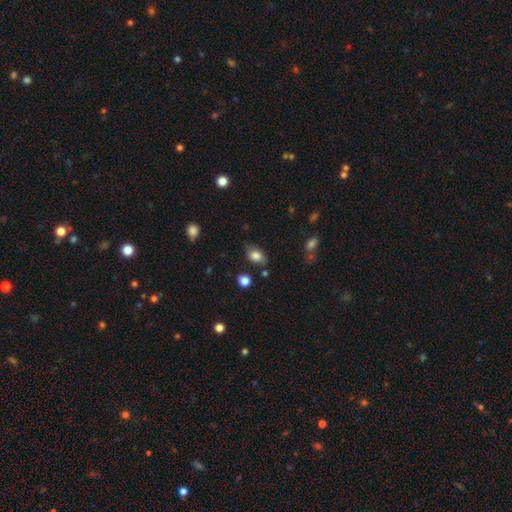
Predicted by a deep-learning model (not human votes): This is clearly a smooth galaxy (82%). How rounded: clearly in between (81%). Merging: likely none (73%).